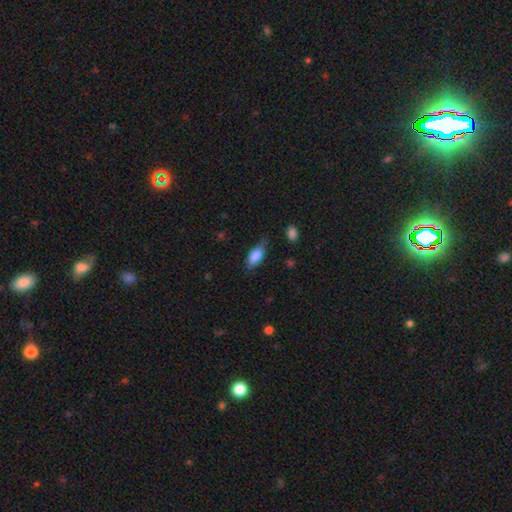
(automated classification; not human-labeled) The model was most divided on "merging": none: 63%, minor disturbance: 27%, major disturbance: 8%, merger: 2%. More confident: how rounded — in between (85%); smooth or featured — smooth (83%).